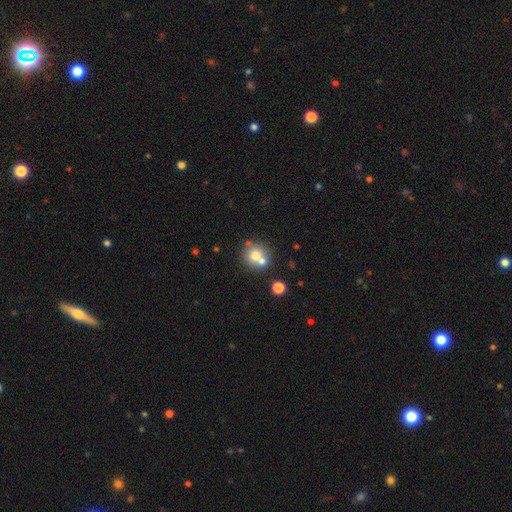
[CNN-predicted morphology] This appears to be a smooth galaxy with no disk features (70%) that is round (89%). Merging: none (53%).